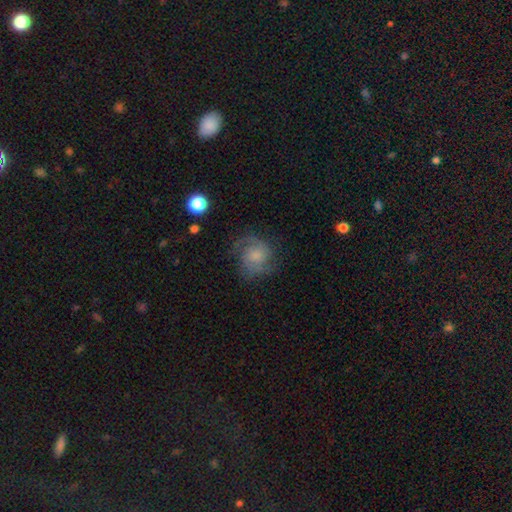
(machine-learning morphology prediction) featured or disk 66%, smooth 26%, star or artifact 8%. Down the decision tree: edge-on disk — no (98%); bar — no (72%); spiral arms — yes (92%); spiral arm count — 2 (66%); spiral winding — medium (47%); bulge size — small (32%); merging — none (67%).